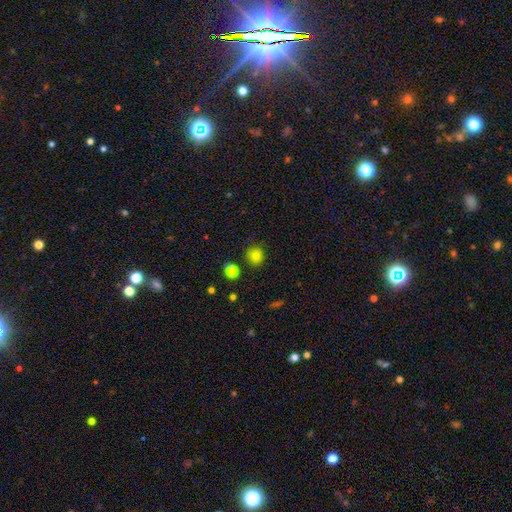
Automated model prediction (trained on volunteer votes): Smooth or featured? Predicted: smooth (p=0.82). How rounded? Predicted: round (p=0.88). Merging? Predicted: none (p=0.83).